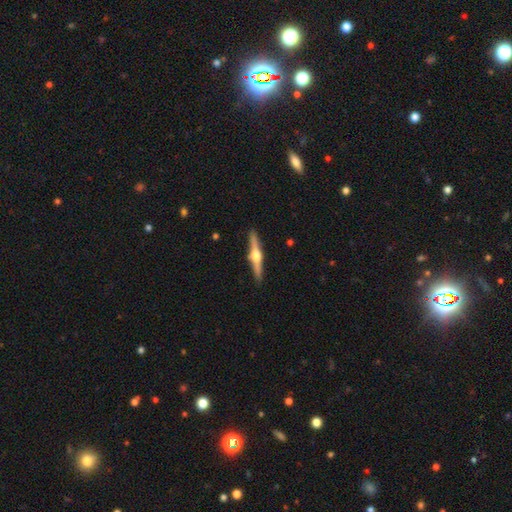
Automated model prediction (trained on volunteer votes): Smooth or featured?
  - featured or disk: 79% *
  - smooth: 16%
  - star or artifact: 5%
Edge-on disk?
  - yes: 98% *
  - no: 2%
Edge-on bulge?
  - rounded: 96% *
  - boxy: 3%
  - none: 2%
Merging?
  - none: 91% *
  - minor disturbance: 6%
  - major disturbance: 1%
  - merger: 1%